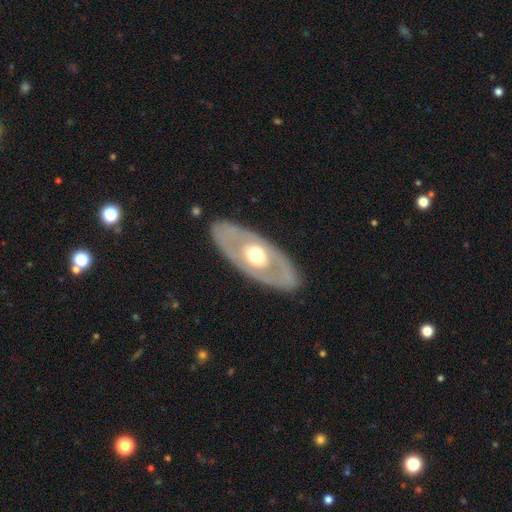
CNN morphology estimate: A featured or disk galaxy (63%) with no bar (89%), no spiral arms (86%) and a moderate central bulge (64%).

Vote fractions:
- Smooth or featured? featured or disk: 63% / smooth: 33% / star or artifact: 4%
- Edge-on disk? no: 82% / yes: 18%
- Bar? no: 89% / weak: 8% / strong: 3%
- Spiral arms? no: 86% / yes: 14%
- Bulge size? moderate: 64% / large: 28% / small: 5% / dominant: 2% / none: 1%
- Merging? none: 85% / minor disturbance: 10% / major disturbance: 4% / merger: 1%